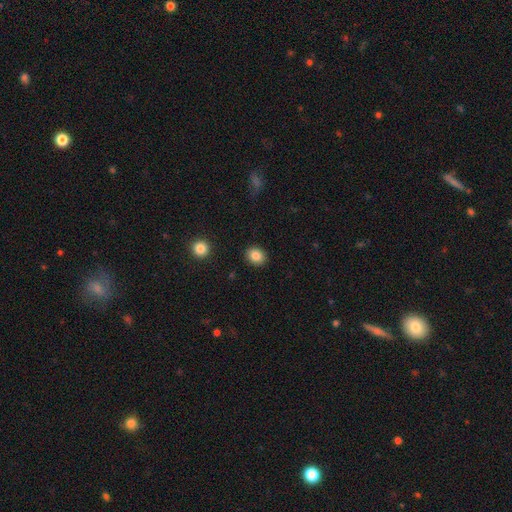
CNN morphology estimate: Q: Smooth or featured?
A: smooth (85%); runner-up: star or artifact (9%)
Q: How rounded?
A: round (57%); runner-up: in between (42%)
Q: Merging?
A: none (89%); runner-up: minor disturbance (7%)